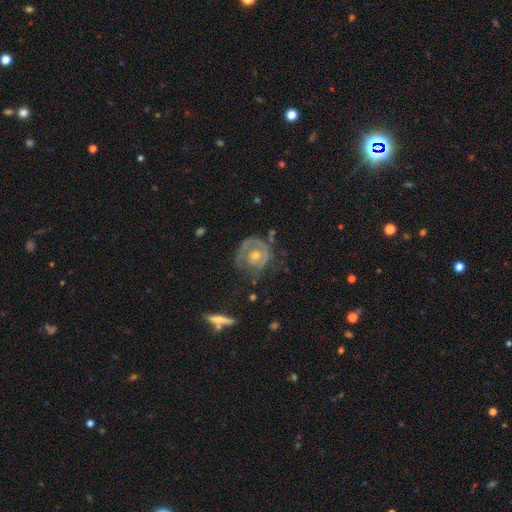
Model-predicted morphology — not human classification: Smooth or featured: featured or disk — 78% (smooth — 16%)
Edge-on disk: no — 96% (yes — 4%)
Bar: no — 79% (weak — 17%)
Spiral arms: yes — 80% (no — 20%)
Spiral winding: tight — 65% (medium — 25%)
Spiral arm count: 1 — 39% (2 — 27%)
Bulge size: moderate — 56% (small — 38%)
Merging: none — 59% (minor disturbance — 21%)